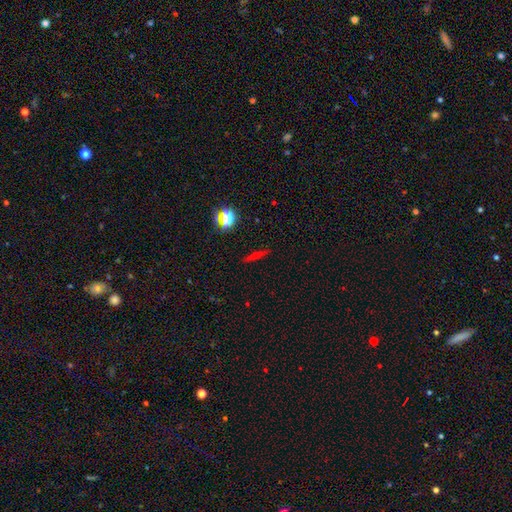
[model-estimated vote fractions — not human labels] Smooth or featured? smooth (55%)
How rounded? cigar-shaped (85%)
Merging? none (88%)